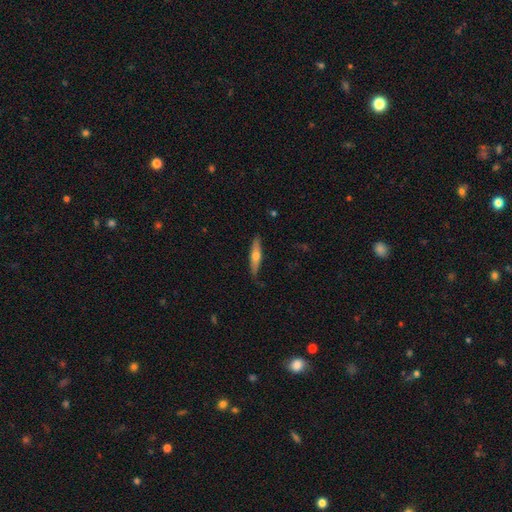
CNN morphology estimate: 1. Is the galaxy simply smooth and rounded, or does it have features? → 47% featured or disk (tied), 47% smooth (tied), 6% star or artifact.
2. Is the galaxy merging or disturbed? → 82% none, 14% minor disturbance, 2% major disturbance, 1% merger.